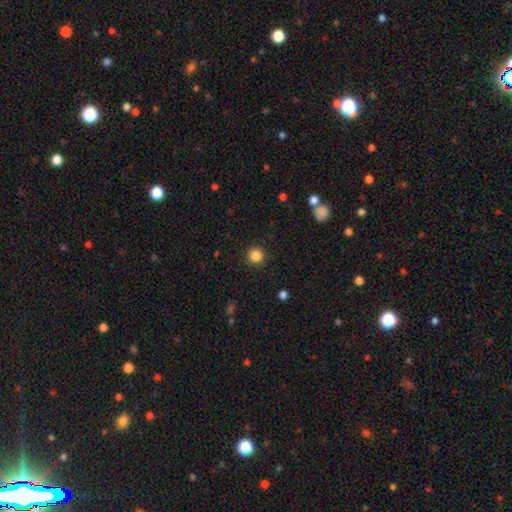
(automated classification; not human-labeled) Morphology: type=smooth (85%); roundness=round (95%); merging=none (92%).